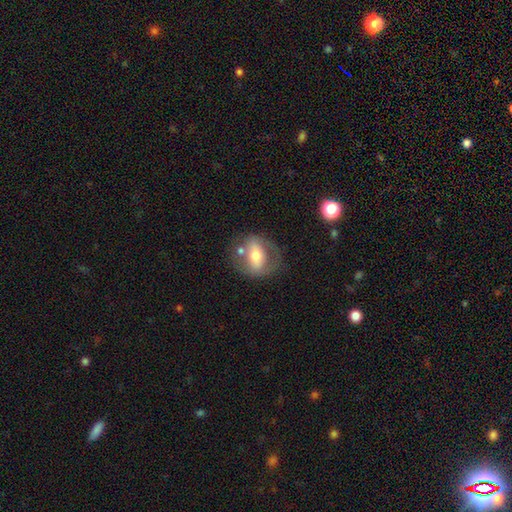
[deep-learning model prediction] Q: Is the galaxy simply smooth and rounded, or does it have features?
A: featured or disk — 52%.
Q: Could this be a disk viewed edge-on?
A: no — 87%.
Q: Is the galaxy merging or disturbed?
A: none — 56%.